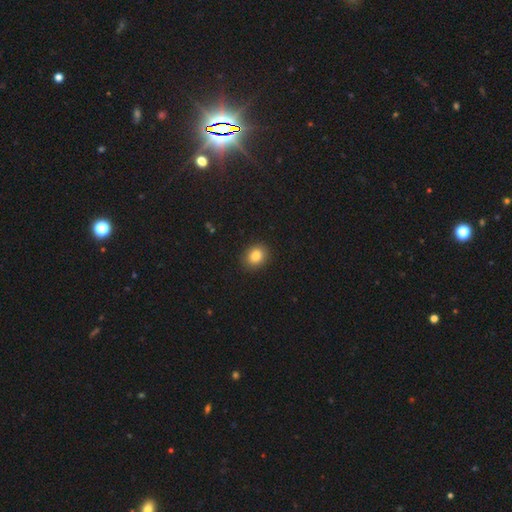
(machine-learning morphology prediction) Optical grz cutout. It shows a smooth galaxy with no disk features (84%) that is round (62%). Merging: none (89%).